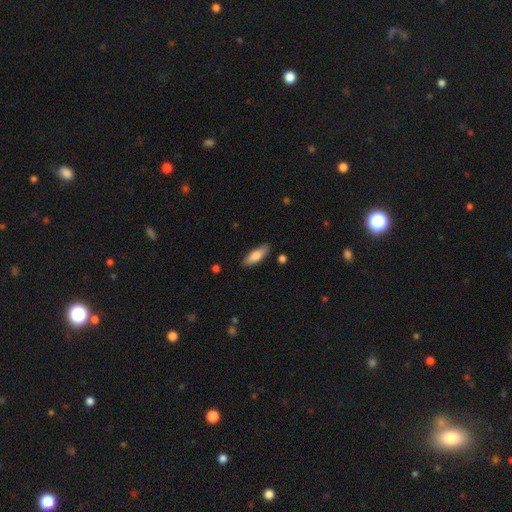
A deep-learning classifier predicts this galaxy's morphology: Smooth or featured? smooth (77%)
How rounded? in between (62%)
Merging? none (86%)